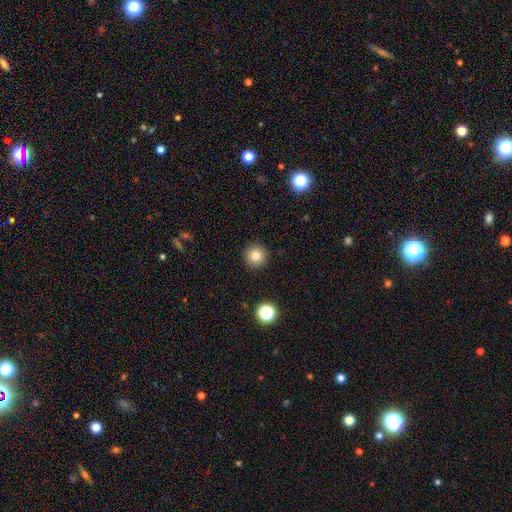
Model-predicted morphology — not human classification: Q: Smooth or featured?
A: smooth (81%); runner-up: star or artifact (12%)
Q: How rounded?
A: round (96%); runner-up: in between (3%)
Q: Merging?
A: none (92%); runner-up: minor disturbance (5%)